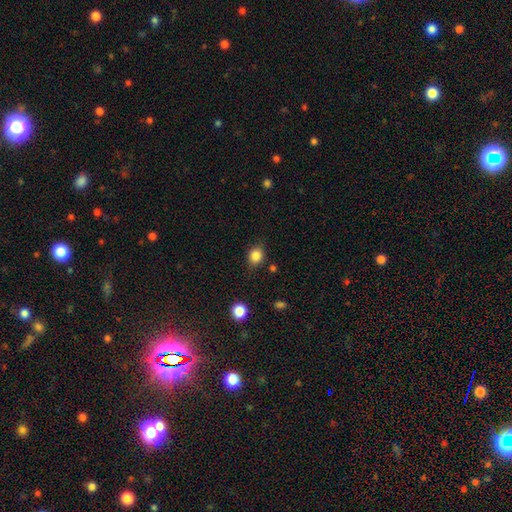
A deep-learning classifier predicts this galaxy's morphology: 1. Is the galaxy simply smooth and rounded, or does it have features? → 85% smooth, 11% star or artifact, 5% featured or disk.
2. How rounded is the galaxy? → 65% round, 34% in between, 1% cigar-shaped.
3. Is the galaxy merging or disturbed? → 81% none, 13% minor disturbance, 3% major disturbance, 2% merger.